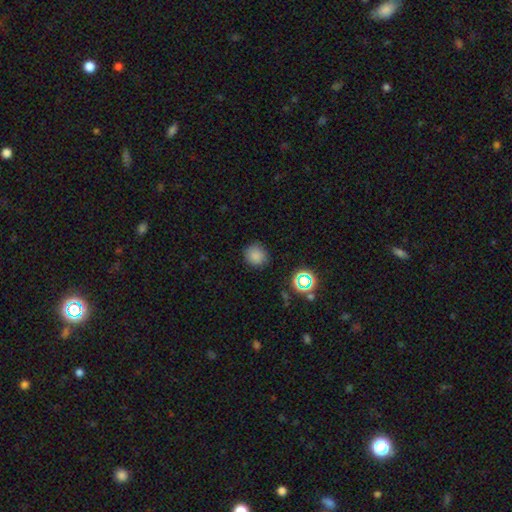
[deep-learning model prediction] smooth 80%, star or artifact 15%, featured or disk 5%. Down the decision tree: how rounded — round (88%); merging — none (85%).